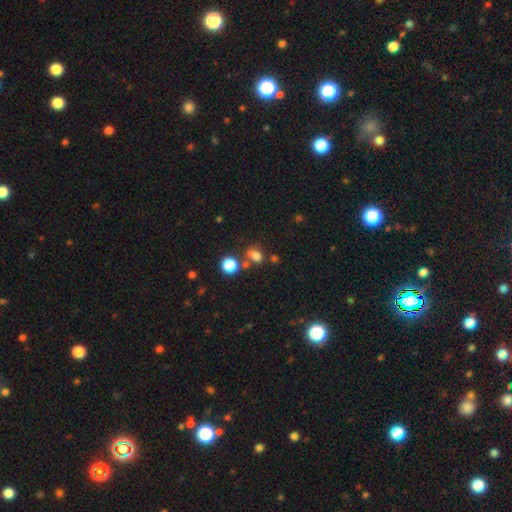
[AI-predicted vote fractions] smooth 72%, star or artifact 20%, featured or disk 9%. Down the decision tree: how rounded — in between (53%); merging — none (53%).